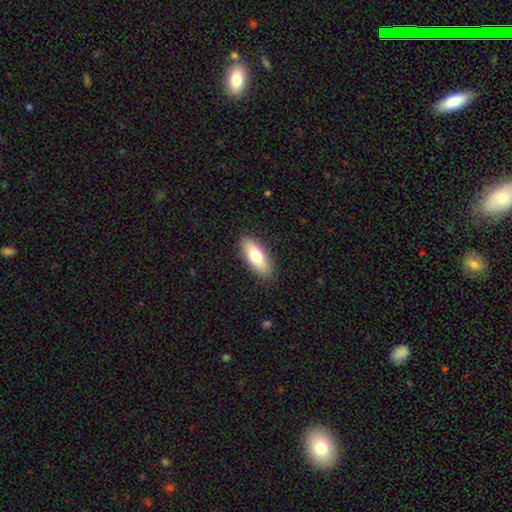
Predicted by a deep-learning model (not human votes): This is likely a smooth galaxy (71%). How rounded: likely in between (74%). Merging: clearly none (88%).